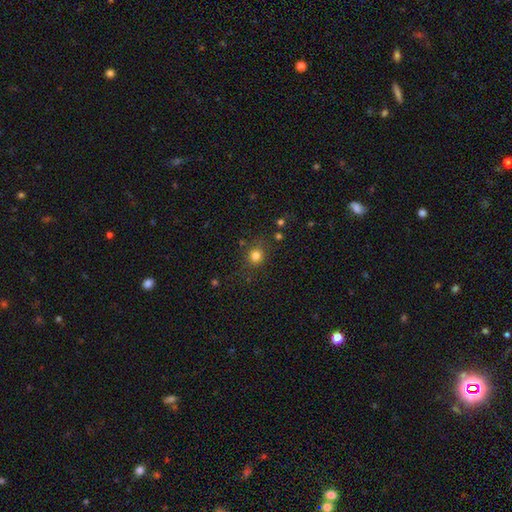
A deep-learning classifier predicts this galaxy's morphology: smooth-or-featured: smooth: 79% | star or artifact: 15% | featured or disk: 6%
  how-rounded: round: 84% | in between: 15% | cigar-shaped: 1%
  merging: none: 81% | minor disturbance: 12% | major disturbance: 4% | merger: 3%